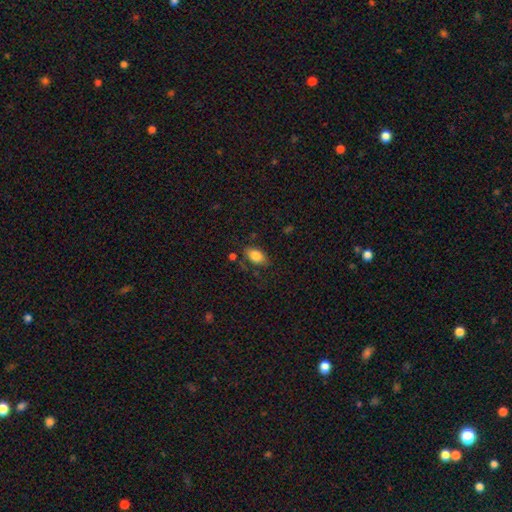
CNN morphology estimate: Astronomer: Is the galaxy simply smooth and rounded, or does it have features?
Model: smooth — 82%.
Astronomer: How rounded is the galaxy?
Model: in between — 90%.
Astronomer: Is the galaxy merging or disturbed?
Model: none — 75%.